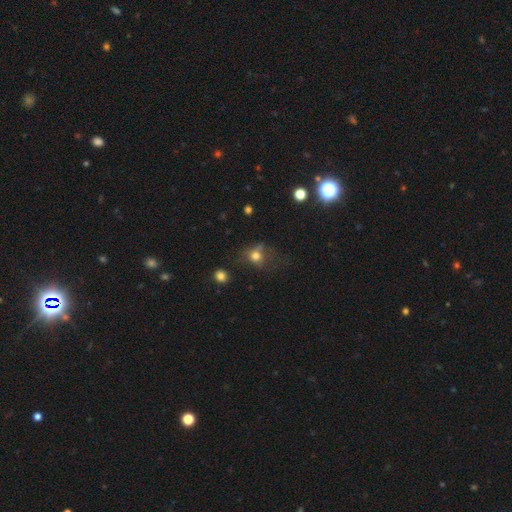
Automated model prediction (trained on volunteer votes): smooth-or-featured: smooth: 67% | star or artifact: 17% | featured or disk: 16%
  how-rounded: round: 65% | in between: 33% | cigar-shaped: 2%
  merging: none: 44% | major disturbance: 29% | minor disturbance: 23% | merger: 4%